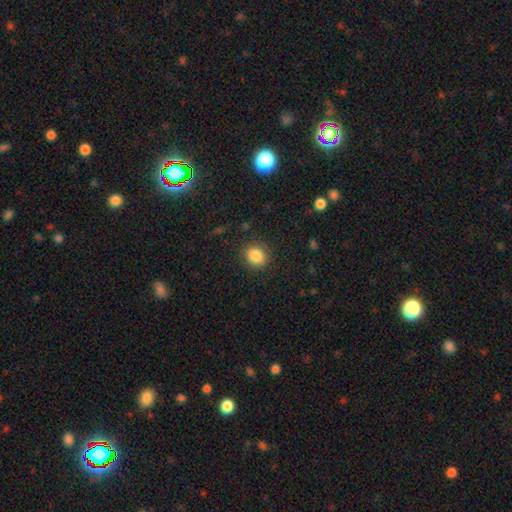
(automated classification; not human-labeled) This appears to be a smooth galaxy with no disk features (85%) that is round (68%). Merging: none (88%).